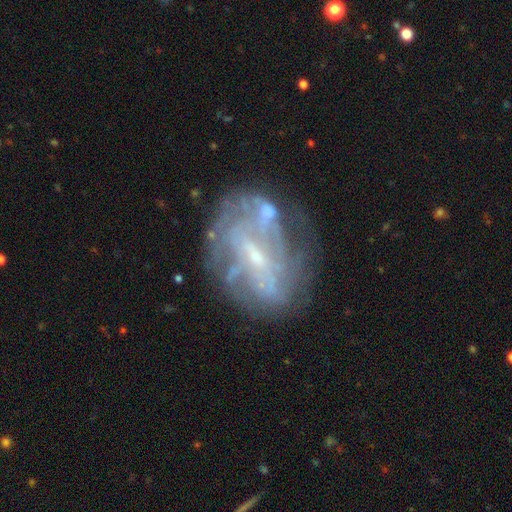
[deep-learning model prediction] Smooth or featured: featured or disk — 76% (smooth — 14%)
Edge-on disk: no — 96% (yes — 4%)
Bar: weak — 44% (no — 31%)
Spiral arms: yes — 63% (no — 37%)
Bulge size: small — 72% (moderate — 16%)
Merging: none — 58% (minor disturbance — 20%)